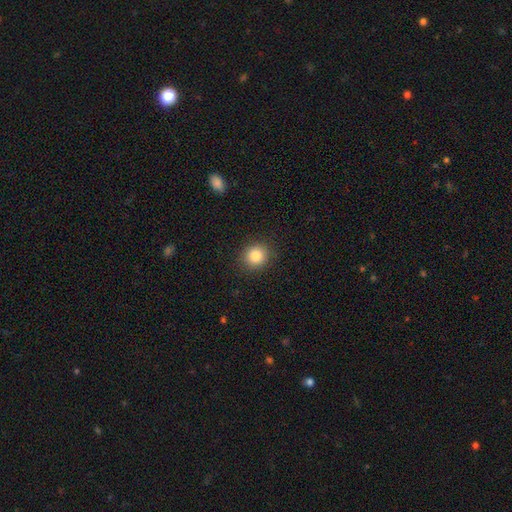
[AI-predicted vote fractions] A smooth galaxy with no disk features (83%) that is round (85%). Merging: none (90%).